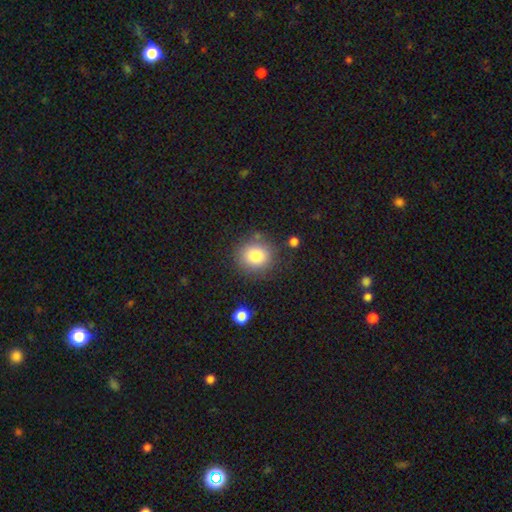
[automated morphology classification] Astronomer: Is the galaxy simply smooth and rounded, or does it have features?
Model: smooth — 82%.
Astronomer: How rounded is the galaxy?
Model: round — 84%.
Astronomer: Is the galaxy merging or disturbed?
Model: none — 81%.